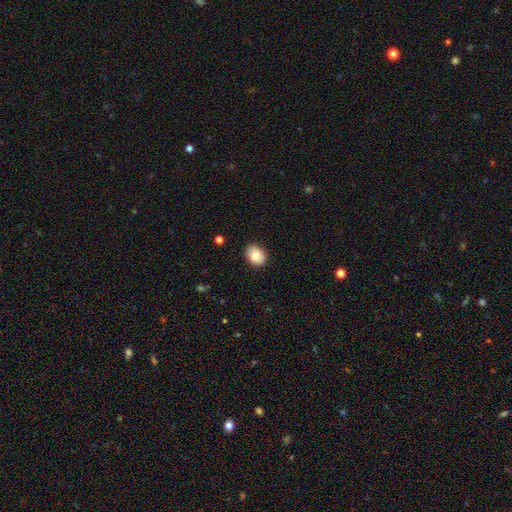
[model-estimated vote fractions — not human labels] This is clearly a smooth galaxy (82%). How rounded: likely in between (62%). Merging: clearly none (89%).